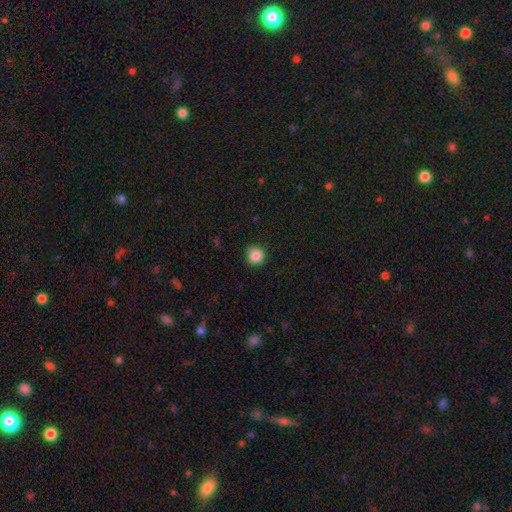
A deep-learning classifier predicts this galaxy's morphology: Smooth or featured? smooth (86%)
How rounded? round (93%)
Merging? none (84%)